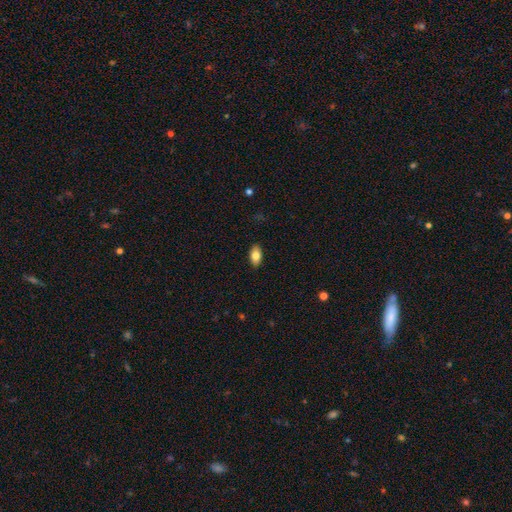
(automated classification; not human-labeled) smooth 81%, featured or disk 11%, star or artifact 7%. Down the decision tree: how rounded — in between (93%); merging — none (89%).